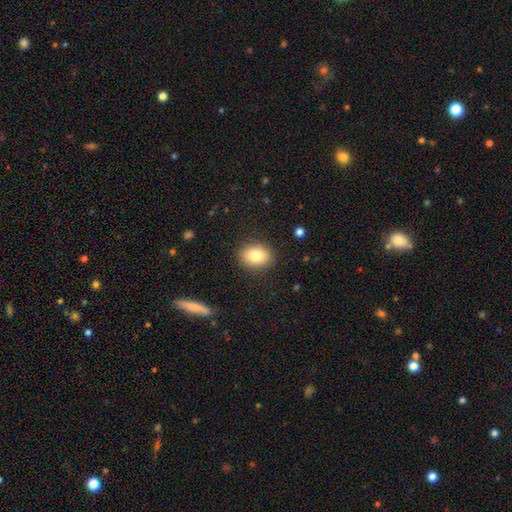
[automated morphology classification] A smooth galaxy with no disk features (82%) that is in between round and cigar-shaped (67%). Merging: none (87%).